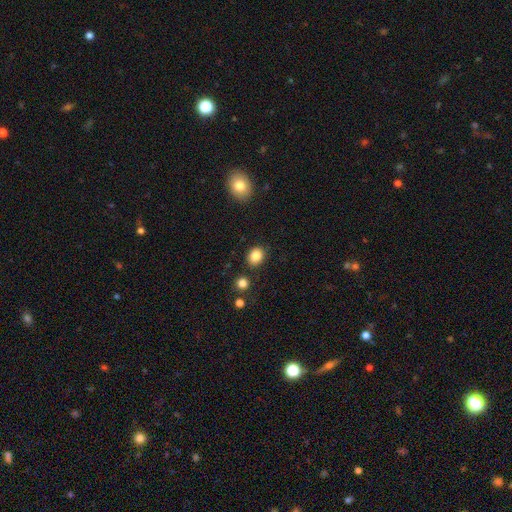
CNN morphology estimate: This is clearly a smooth galaxy (84%). How rounded: possibly round (55%). Merging: clearly none (86%).